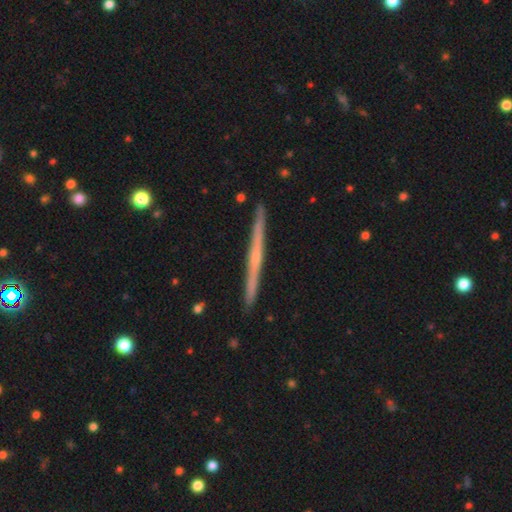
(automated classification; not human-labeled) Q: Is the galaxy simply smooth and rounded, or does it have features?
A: featured or disk — 71%.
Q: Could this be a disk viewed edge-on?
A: yes — 98%.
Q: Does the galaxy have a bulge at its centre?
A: none — 50%.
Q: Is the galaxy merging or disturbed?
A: none — 92%.